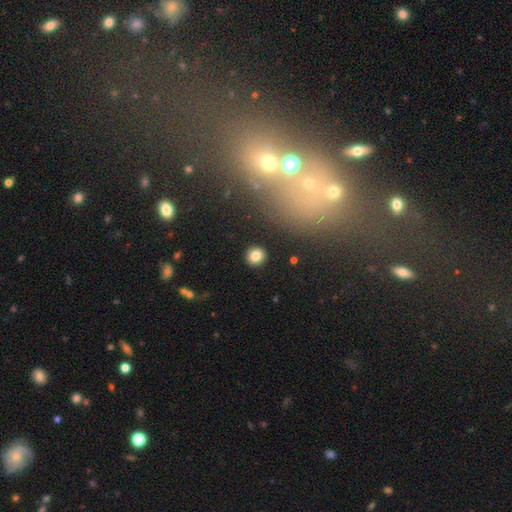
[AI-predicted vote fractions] The model was most divided on "smooth or featured": smooth: 83%, star or artifact: 11%, featured or disk: 7%. More confident: merging — none (91%); how rounded — round (91%).